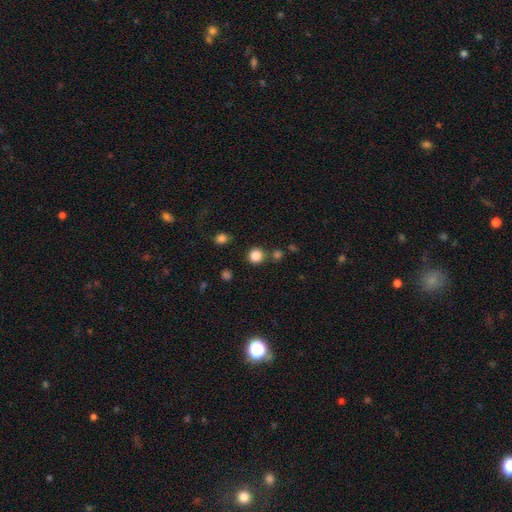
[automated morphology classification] Smooth or featured? smooth (84%)
How rounded? round (91%)
Merging? none (78%)